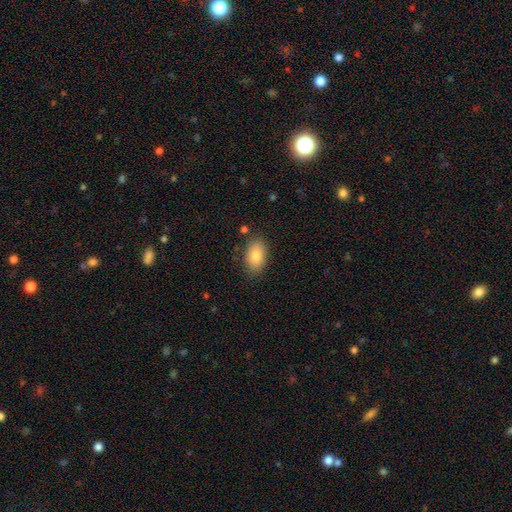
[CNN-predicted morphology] The model was most divided on "merging": none: 84%, minor disturbance: 12%, major disturbance: 3%, merger: 2%. More confident: how rounded — in between (92%); smooth or featured — smooth (84%).